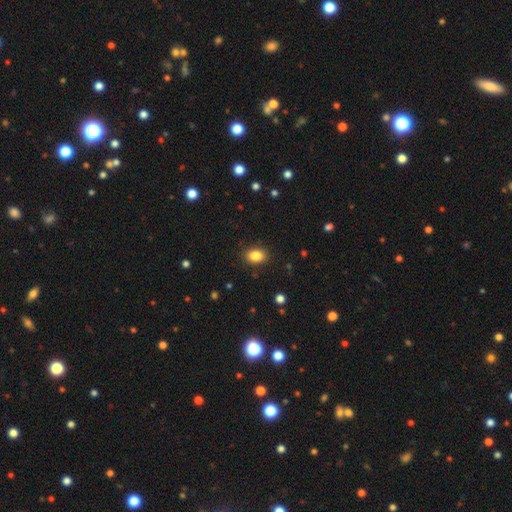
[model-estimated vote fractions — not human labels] Smooth or featured? smooth (86%)
How rounded? in between (75%)
Merging? none (89%)